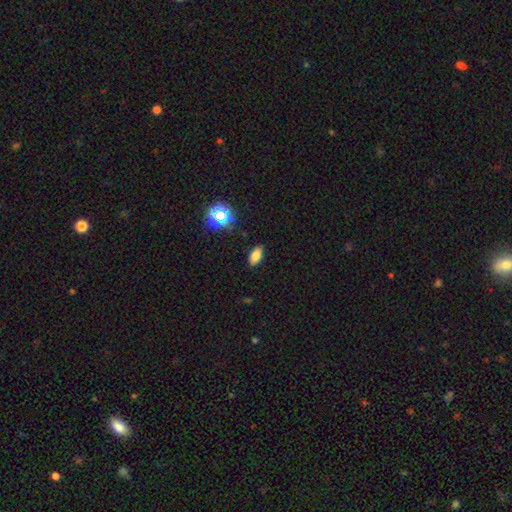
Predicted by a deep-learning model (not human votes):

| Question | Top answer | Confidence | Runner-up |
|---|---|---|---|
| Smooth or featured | smooth | 78% | star or artifact (15%) |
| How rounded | in between | 89% | cigar-shaped (6%) |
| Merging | none | 87% | minor disturbance (9%) |